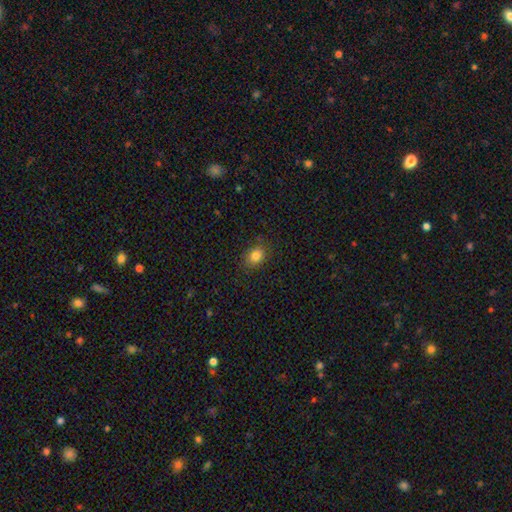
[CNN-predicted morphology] A smooth galaxy with no disk features (83%) that is in between round and cigar-shaped (52%). Merging: none (83%).